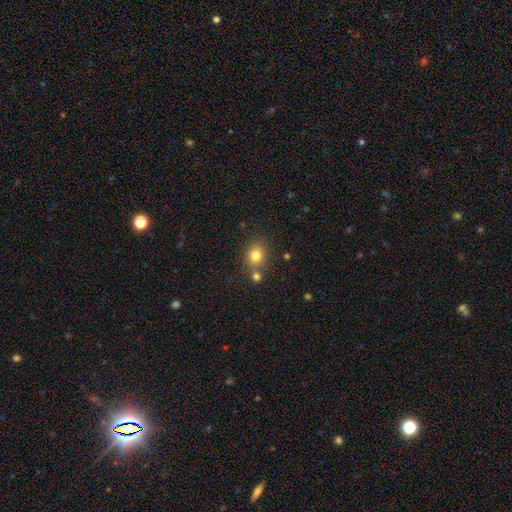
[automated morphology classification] A smooth galaxy with no disk features (79%) that is round (67%).

Vote fractions:
- Smooth or featured? smooth: 79% / star or artifact: 13% / featured or disk: 9%
- How rounded? round: 67% / in between: 32% / cigar-shaped: 1%
- Merging? none: 64% / merger: 21% / minor disturbance: 11% / major disturbance: 4%